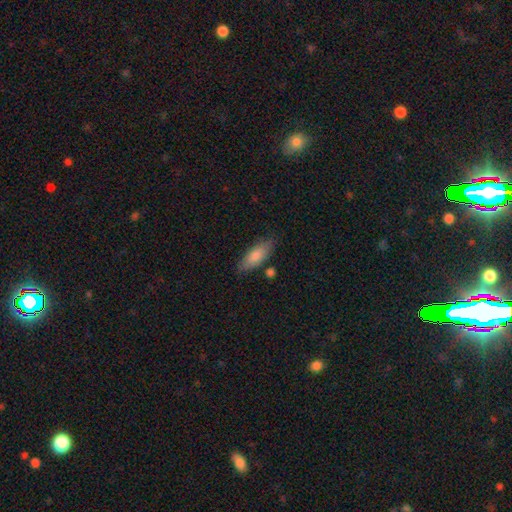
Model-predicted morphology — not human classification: Smooth or featured? smooth (82%)
How rounded? in between (69%)
Merging? none (75%)